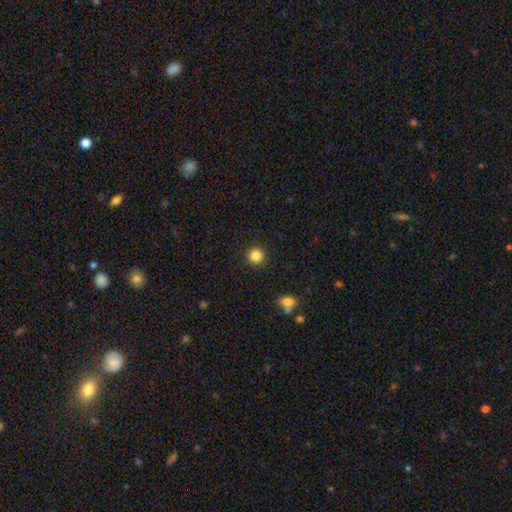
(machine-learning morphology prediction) This appears to be a smooth galaxy with no disk features (86%) that is round (94%). Merging: none (92%).